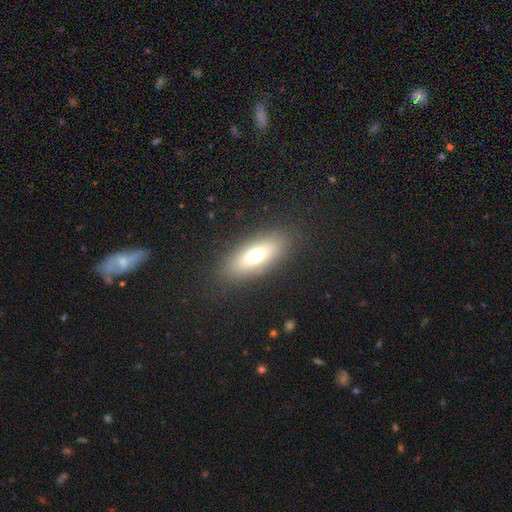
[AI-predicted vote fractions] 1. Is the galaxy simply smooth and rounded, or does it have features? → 65% smooth, 24% featured or disk, 11% star or artifact.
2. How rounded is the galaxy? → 71% in between, 24% cigar-shaped, 5% round.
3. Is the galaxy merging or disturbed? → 86% none, 9% minor disturbance, 4% major disturbance, 1% merger.